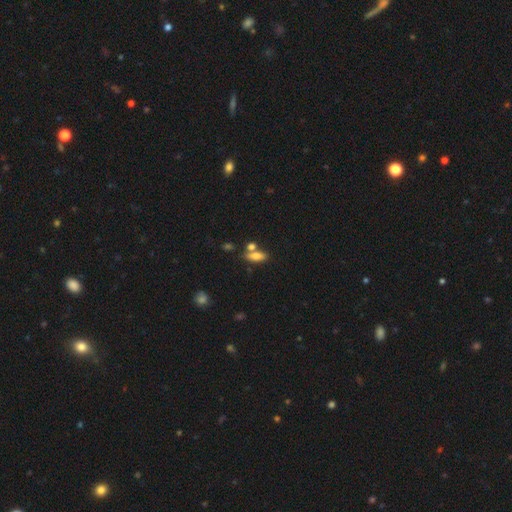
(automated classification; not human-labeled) Overall: smooth (76%). How rounded: in between (72%). Merging: none (57%; merger 26%).